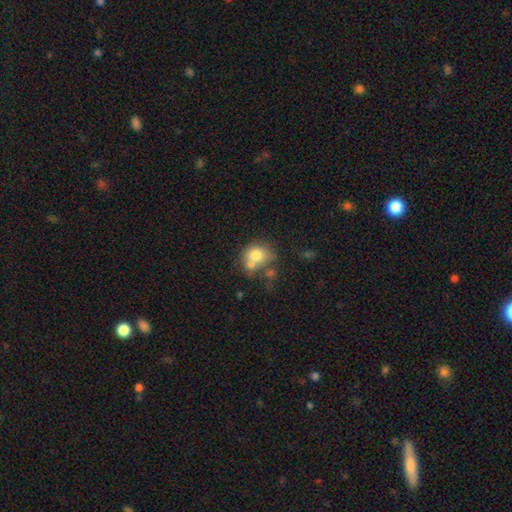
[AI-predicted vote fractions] Smooth or featured? Predicted: smooth (p=0.73). How rounded? Predicted: round (p=0.71). Merging? Predicted: none (p=0.41).